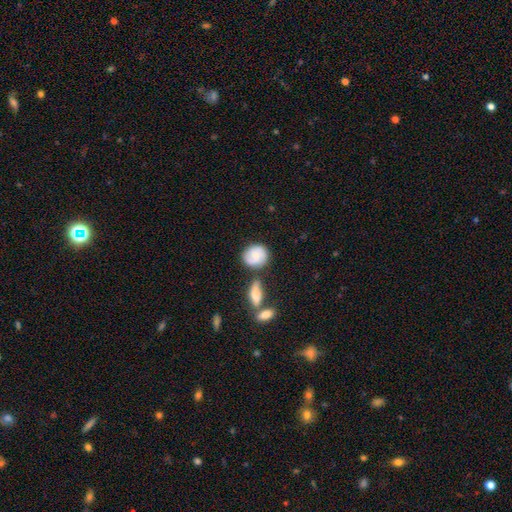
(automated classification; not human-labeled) Smooth or featured: smooth — 60% (featured or disk — 33%)
How rounded: round — 73% (in between — 25%)
Merging: none — 60% (minor disturbance — 19%)